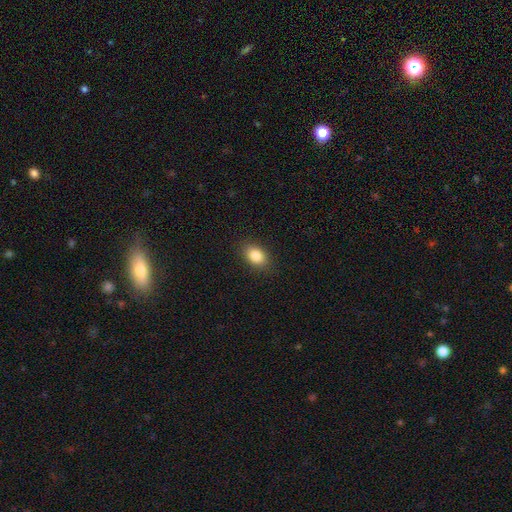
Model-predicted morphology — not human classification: Smooth or featured? smooth (85%)
How rounded? in between (83%)
Merging? none (88%)